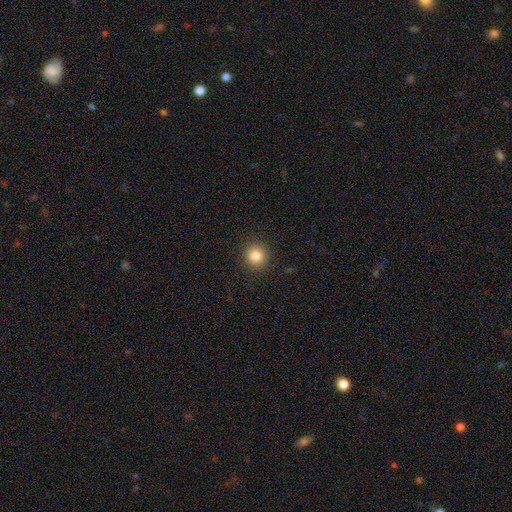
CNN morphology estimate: The model was most divided on "smooth or featured": smooth: 84%, star or artifact: 12%, featured or disk: 5%. More confident: how rounded — round (92%); merging — none (90%).